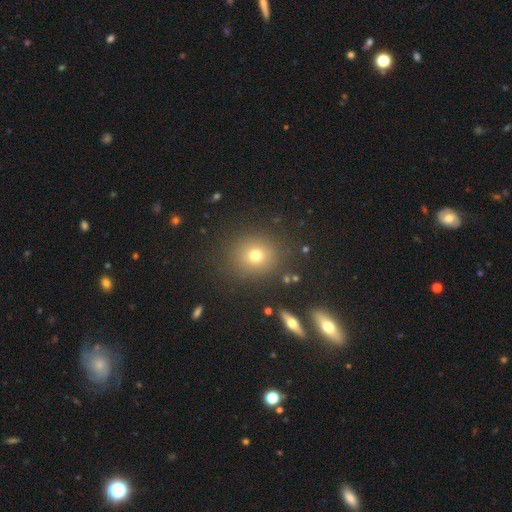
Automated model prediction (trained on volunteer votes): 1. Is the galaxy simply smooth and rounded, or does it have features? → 72% smooth, 18% star or artifact, 11% featured or disk.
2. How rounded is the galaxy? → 82% round, 17% in between, 1% cigar-shaped.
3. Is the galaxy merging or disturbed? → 86% none, 8% minor disturbance, 4% major disturbance, 2% merger.